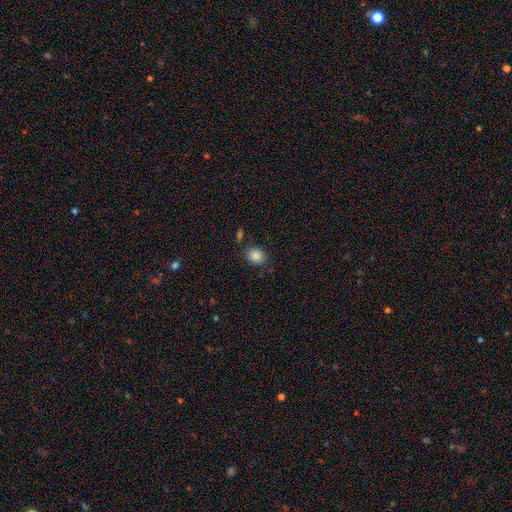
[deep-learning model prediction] Overall: smooth (87%). How rounded: in between (50%; round 49%). Merging: none (80%).